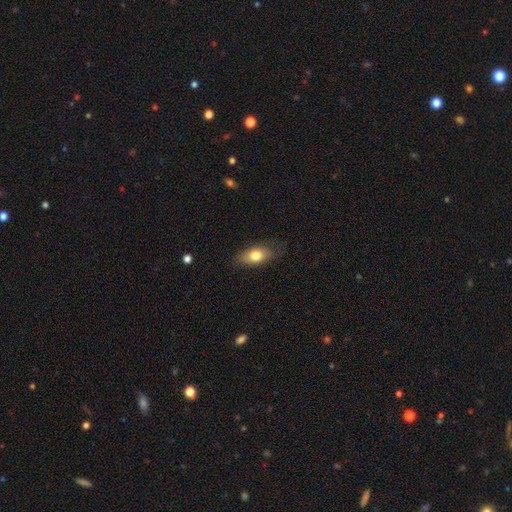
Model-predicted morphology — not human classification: The model was most divided on "merging": none: 74%, minor disturbance: 20%, major disturbance: 5%, merger: 1%. More confident: how rounded — in between (85%); smooth or featured — smooth (75%).